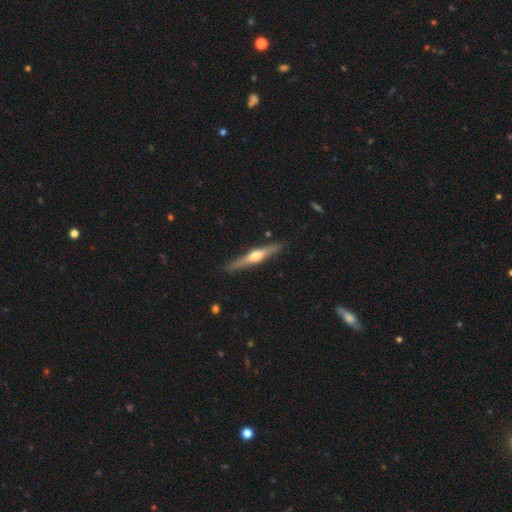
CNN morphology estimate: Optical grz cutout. It shows a featured or disk galaxy (68%) viewed edge-on (97%) with a rounded central bulge (92%). Merging: none (89%).